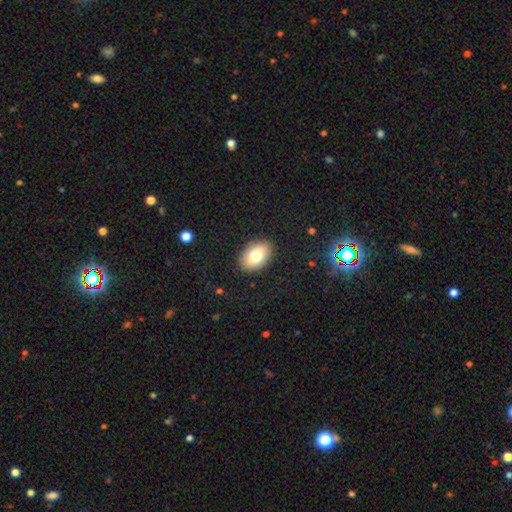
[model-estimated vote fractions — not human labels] Smooth or featured?
  - smooth: 76% *
  - featured or disk: 16%
  - star or artifact: 8%
How rounded?
  - in between: 86% *
  - round: 13%
  - cigar-shaped: 1%
Merging?
  - none: 88% *
  - minor disturbance: 9%
  - major disturbance: 2%
  - merger: 1%